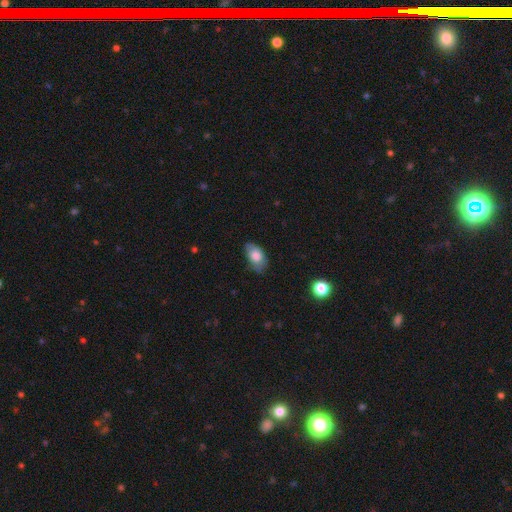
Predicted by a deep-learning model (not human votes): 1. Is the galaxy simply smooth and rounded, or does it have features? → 77% smooth, 16% featured or disk, 7% star or artifact.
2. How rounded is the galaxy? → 91% in between, 7% round, 2% cigar-shaped.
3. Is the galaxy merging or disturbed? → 67% none, 26% minor disturbance, 6% major disturbance, 1% merger.